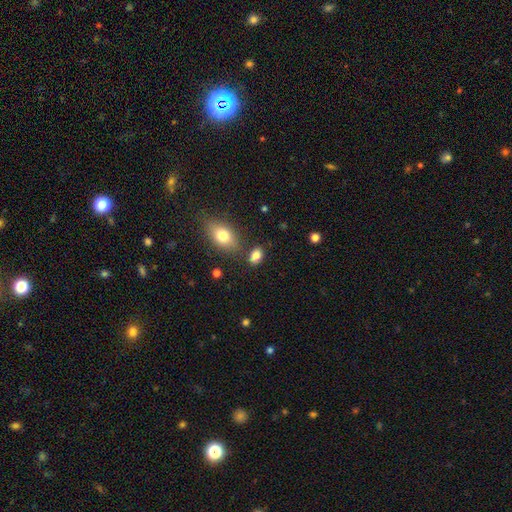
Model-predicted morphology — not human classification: A smooth galaxy with no disk features (84%) that is in between round and cigar-shaped (86%).

Vote fractions:
- Smooth or featured? smooth: 84% / star or artifact: 10% / featured or disk: 6%
- How rounded? in between: 86% / round: 12% / cigar-shaped: 2%
- Merging? none: 75% / minor disturbance: 13% / merger: 8% / major disturbance: 4%